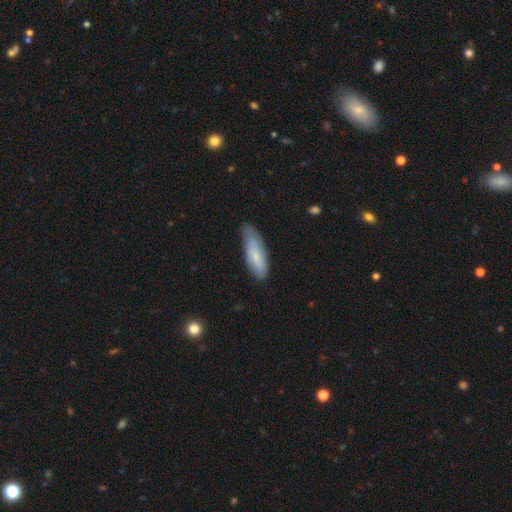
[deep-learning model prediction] Smooth or featured? Predicted: smooth (p=0.67). How rounded? Predicted: in between (p=0.51). Merging? Predicted: none (p=0.60).